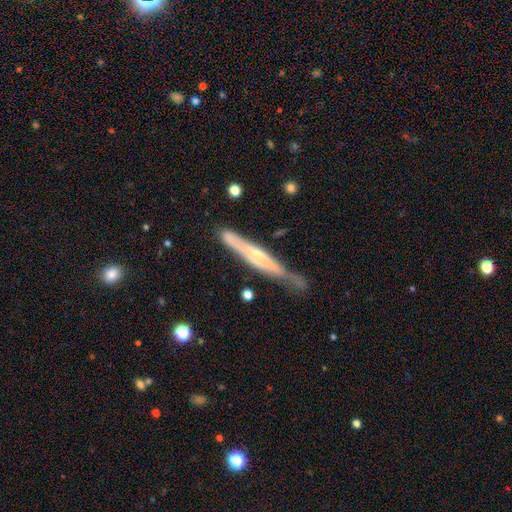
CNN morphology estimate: Smooth or featured? Predicted: featured or disk (p=0.64). Edge-on disk? Predicted: yes (p=0.87). Edge-on bulge? Predicted: rounded (p=0.45). Merging? Predicted: none (p=0.62).